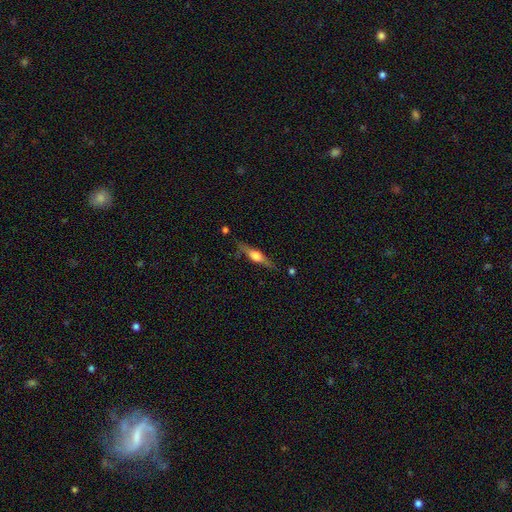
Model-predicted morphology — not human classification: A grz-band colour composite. It shows a featured or disk galaxy (68%) viewed edge-on (95%) with a rounded central bulge (88%). Merging: none (79%).